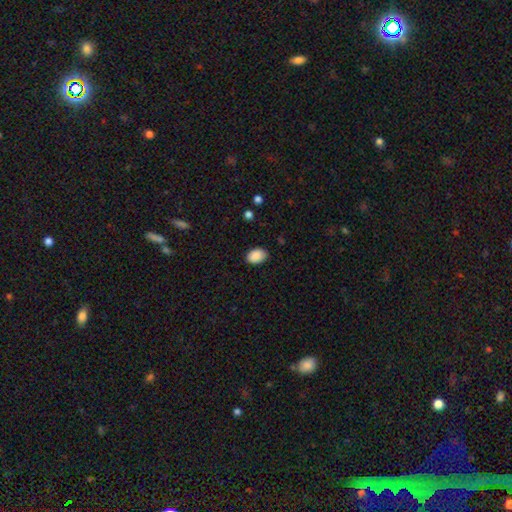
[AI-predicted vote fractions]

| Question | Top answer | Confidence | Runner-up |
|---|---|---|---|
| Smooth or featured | smooth | 89% | star or artifact (8%) |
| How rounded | in between | 82% | round (17%) |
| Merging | none | 84% | minor disturbance (12%) |